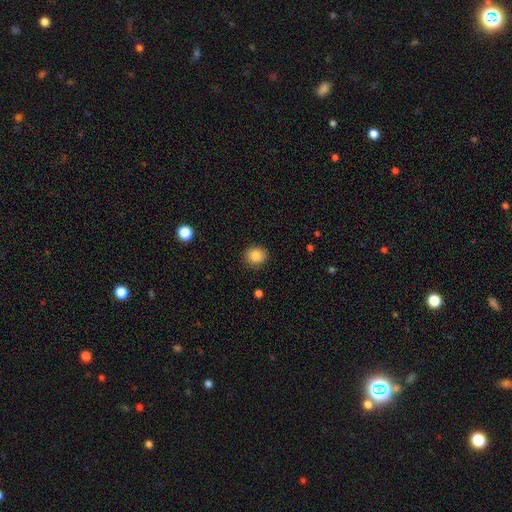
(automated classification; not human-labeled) Q: Smooth or featured?
A: smooth (86%); runner-up: star or artifact (9%)
Q: How rounded?
A: round (83%); runner-up: in between (16%)
Q: Merging?
A: none (88%); runner-up: minor disturbance (8%)